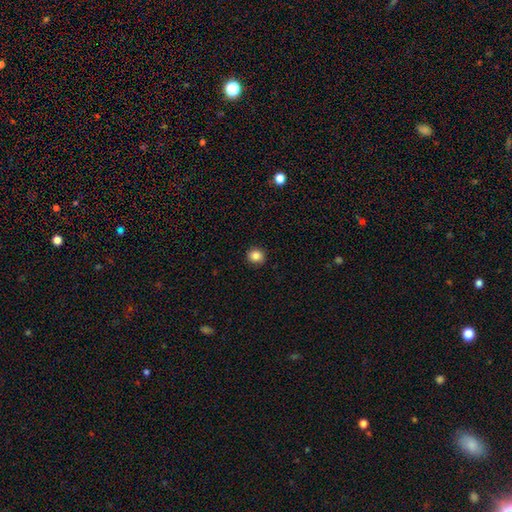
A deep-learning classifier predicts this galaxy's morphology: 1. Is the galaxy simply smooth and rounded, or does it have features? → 86% smooth, 10% star or artifact, 4% featured or disk.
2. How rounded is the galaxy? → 83% round, 16% in between, 1% cigar-shaped.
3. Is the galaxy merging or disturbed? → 90% none, 7% minor disturbance, 2% major disturbance, 1% merger.